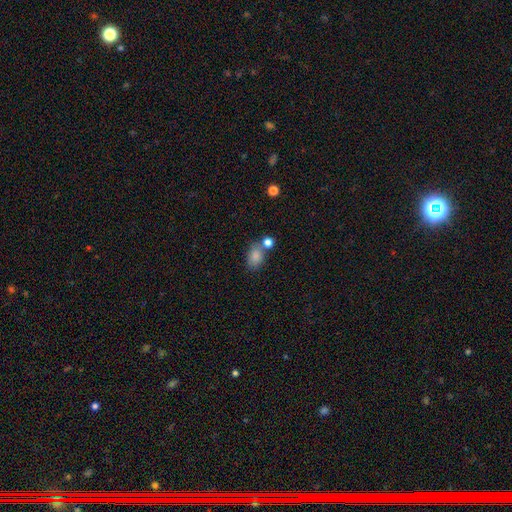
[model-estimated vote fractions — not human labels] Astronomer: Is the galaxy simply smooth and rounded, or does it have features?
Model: smooth — 83%.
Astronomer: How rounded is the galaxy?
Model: in between — 76%.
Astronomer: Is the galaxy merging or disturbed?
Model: none — 55%.